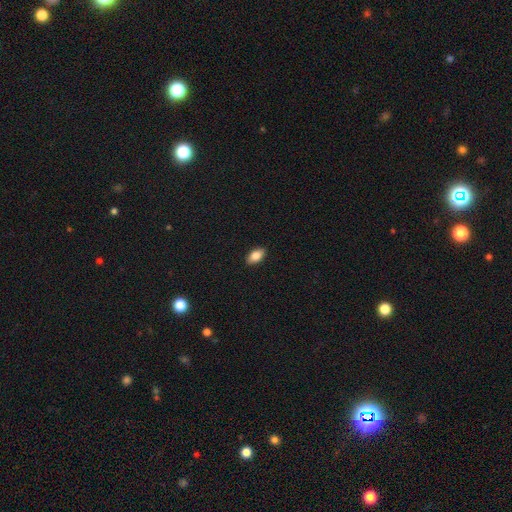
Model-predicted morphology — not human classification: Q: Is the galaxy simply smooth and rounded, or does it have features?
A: smooth — 83%.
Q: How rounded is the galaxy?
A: in between — 92%.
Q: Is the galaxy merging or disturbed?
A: none — 90%.